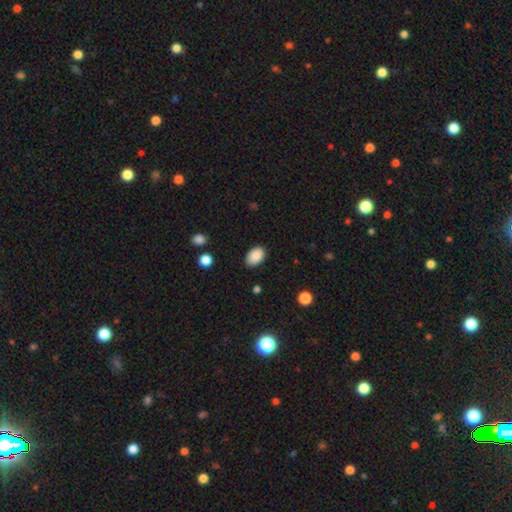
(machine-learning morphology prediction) Smooth or featured?
  - smooth: 89% *
  - star or artifact: 8%
  - featured or disk: 3%
How rounded?
  - in between: 87% *
  - round: 12%
  - cigar-shaped: 1%
Merging?
  - none: 86% *
  - minor disturbance: 10%
  - major disturbance: 2%
  - merger: 1%